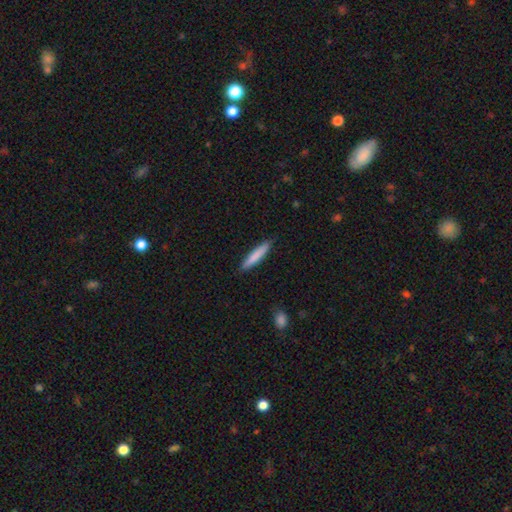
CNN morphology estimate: Smooth or featured? smooth (81%)
How rounded? cigar-shaped (91%)
Merging? none (89%)